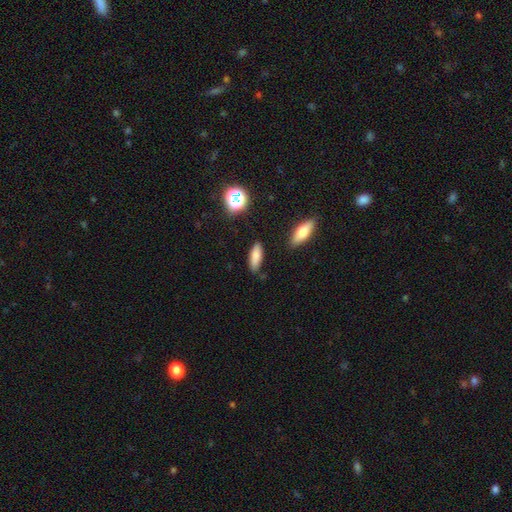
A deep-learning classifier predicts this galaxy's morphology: The model was most divided on "how rounded": in between: 65%, cigar-shaped: 32%, round: 3%. More confident: merging — none (81%); smooth or featured — smooth (80%).